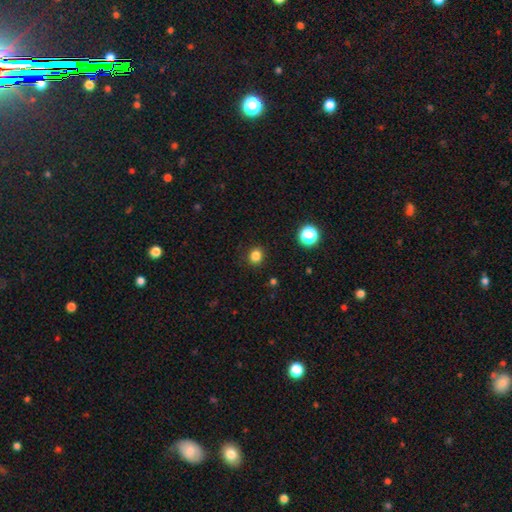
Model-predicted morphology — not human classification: A smooth galaxy with no disk features (83%) that is round (79%).

Vote fractions:
- Smooth or featured? smooth: 83% / star or artifact: 13% / featured or disk: 4%
- How rounded? round: 79% / in between: 20% / cigar-shaped: 1%
- Merging? none: 89% / minor disturbance: 7% / major disturbance: 2% / merger: 1%